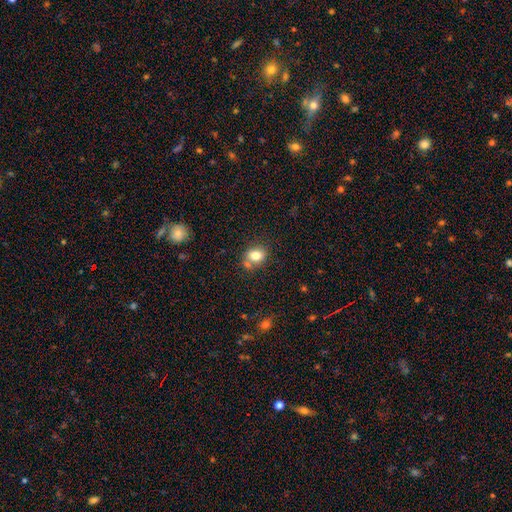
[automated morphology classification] smooth-or-featured: smooth: 79% | featured or disk: 11% | star or artifact: 10%
  how-rounded: in between: 51% | round: 47% | cigar-shaped: 1%
  merging: none: 58% | merger: 22% | minor disturbance: 16% | major disturbance: 5%